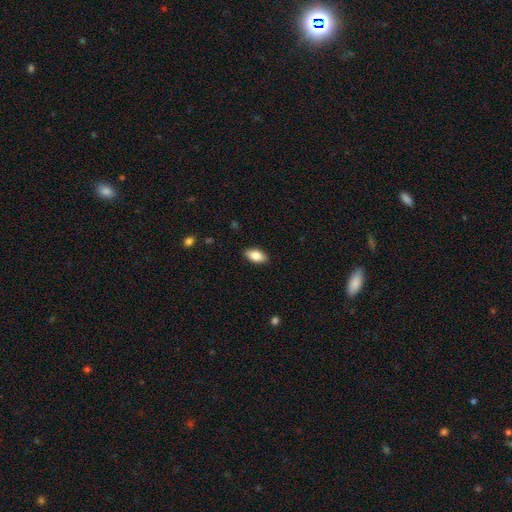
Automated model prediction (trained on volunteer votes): Smooth or featured? smooth (83%)
How rounded? in between (92%)
Merging? none (89%)